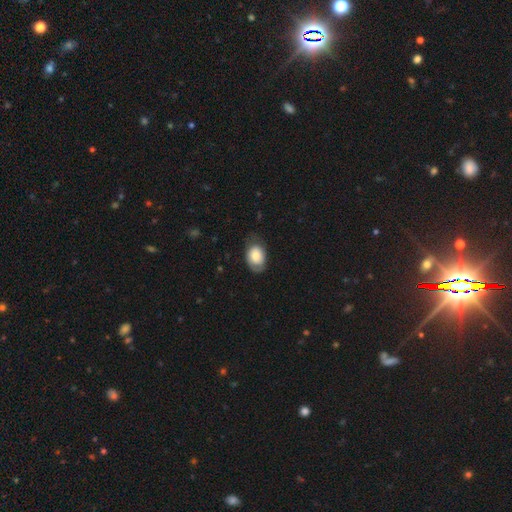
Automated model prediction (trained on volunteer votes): Overall: smooth (70%). How rounded: in between (82%). Merging: none (60%; minor disturbance 28%).